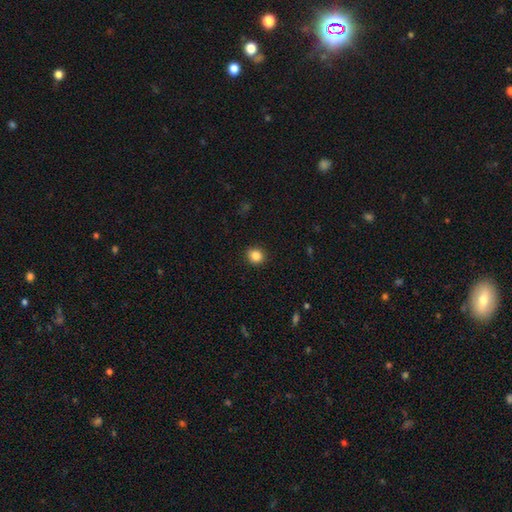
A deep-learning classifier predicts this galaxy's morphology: A smooth galaxy with no disk features (85%) that is round (83%). Merging: none (91%).